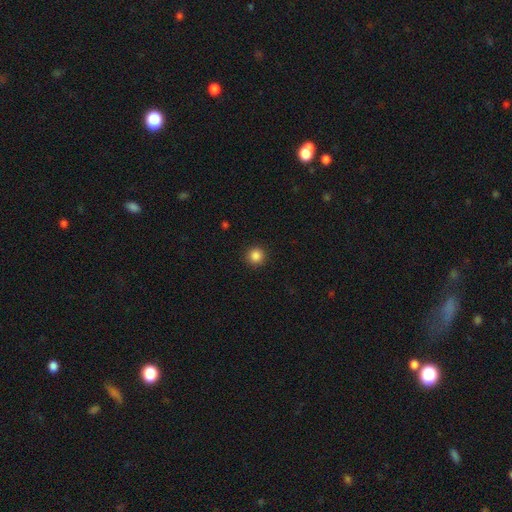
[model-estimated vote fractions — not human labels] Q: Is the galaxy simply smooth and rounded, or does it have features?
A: smooth — 86%.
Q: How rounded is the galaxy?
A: round — 94%.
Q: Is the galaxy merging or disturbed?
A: none — 92%.